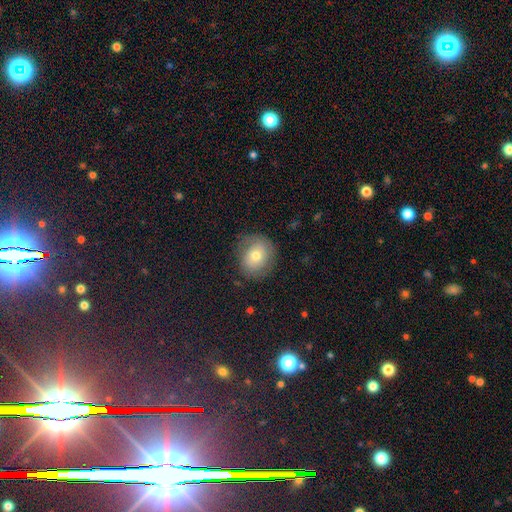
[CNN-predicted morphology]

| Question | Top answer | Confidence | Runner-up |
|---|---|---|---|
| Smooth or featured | smooth | 63% | featured or disk (27%) |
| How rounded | round | 72% | in between (27%) |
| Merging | none | 74% | minor disturbance (18%) |